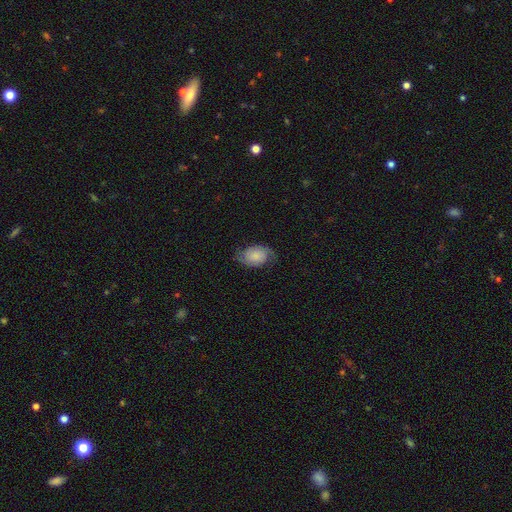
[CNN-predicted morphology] type=featured or disk (56%); edge-on=no (96%); bar=no (74%); spiral arms=yes (92%); bulge=small (35%); merging=none (70%).